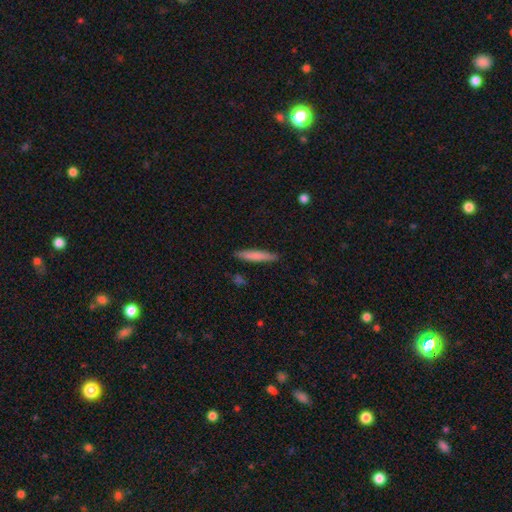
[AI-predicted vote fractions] smooth_or_featured: smooth (p=0.76) [alt: featured or disk p=0.19]
how_rounded: cigar-shaped (p=0.93) [alt: in between p=0.06]
merging: none (p=0.89) [alt: minor disturbance p=0.08]